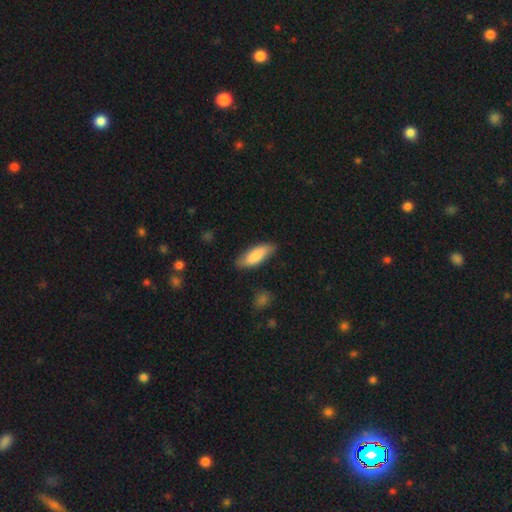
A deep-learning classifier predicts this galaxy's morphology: Smooth or featured? Predicted: smooth (p=0.84). How rounded? Predicted: in between (p=0.66). Merging? Predicted: none (p=0.80).